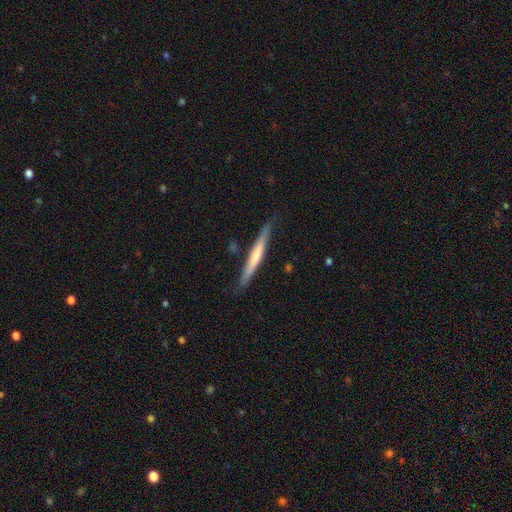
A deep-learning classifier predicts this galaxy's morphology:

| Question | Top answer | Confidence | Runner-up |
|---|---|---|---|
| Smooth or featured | featured or disk | 63% | smooth (31%) |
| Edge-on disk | yes | 97% | no (3%) |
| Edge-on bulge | rounded | 49% | none (41%) |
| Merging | none | 85% | minor disturbance (11%) |